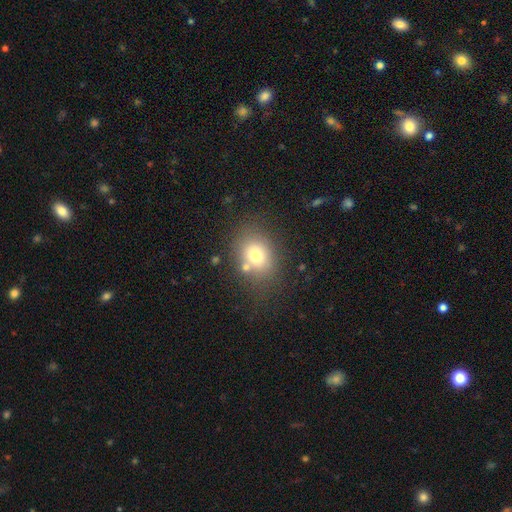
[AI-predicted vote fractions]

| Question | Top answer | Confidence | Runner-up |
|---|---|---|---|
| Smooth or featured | smooth | 73% | featured or disk (14%) |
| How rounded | in between | 51% | round (48%) |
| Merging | none | 67% | minor disturbance (15%) |